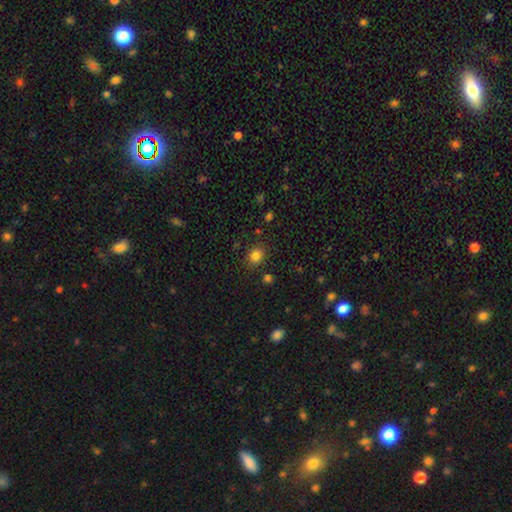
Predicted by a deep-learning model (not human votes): A smooth galaxy with no disk features (81%) that is round (66%).

Vote fractions:
- Smooth or featured? smooth: 81% / star or artifact: 13% / featured or disk: 5%
- How rounded? round: 66% / in between: 33% / cigar-shaped: 1%
- Merging? none: 83% / minor disturbance: 11% / major disturbance: 3% / merger: 3%